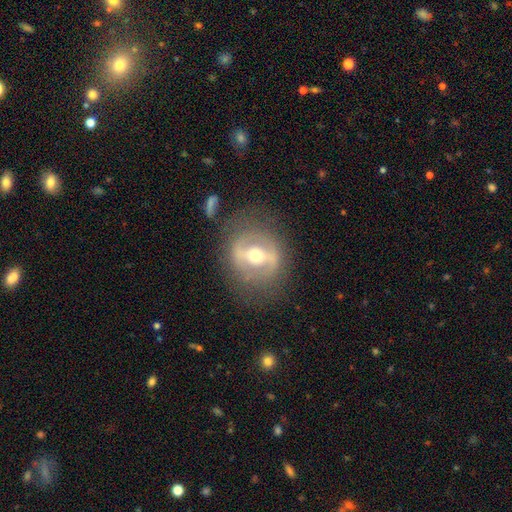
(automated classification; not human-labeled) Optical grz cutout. It shows a featured or disk galaxy (75%) with a strong bar (56%), spiral arms (56%) and a moderate central bulge (67%). Merging: none (73%).